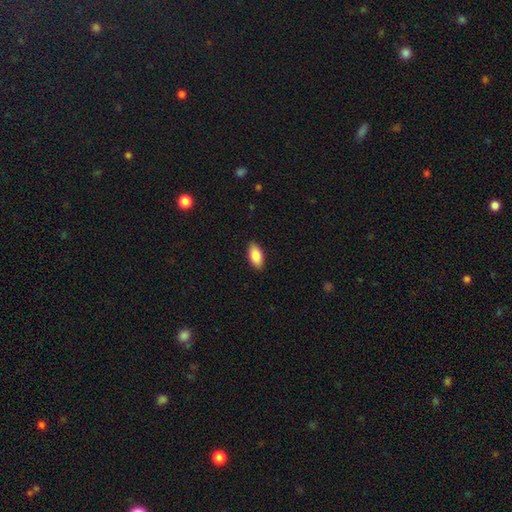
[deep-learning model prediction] The model was most divided on "merging": none: 88%, minor disturbance: 9%, major disturbance: 2%, merger: 1%. More confident: how rounded — in between (92%); smooth or featured — smooth (87%).